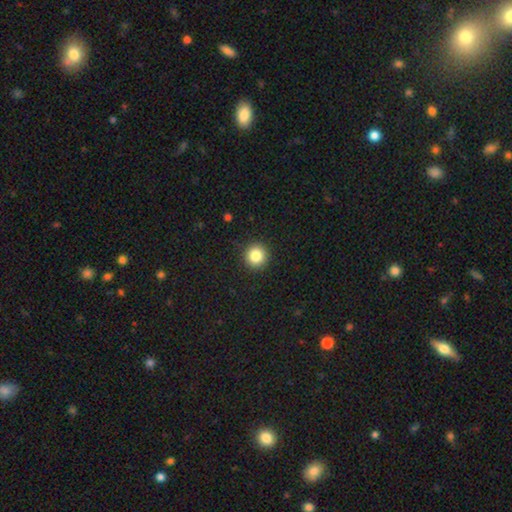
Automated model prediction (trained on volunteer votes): A smooth galaxy with no disk features (84%) that is round (95%). Merging: none (92%).